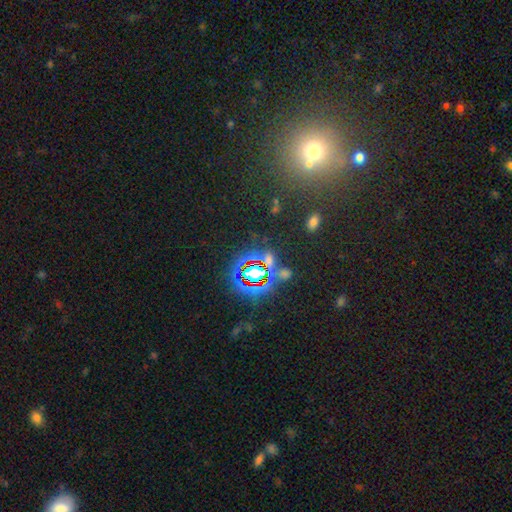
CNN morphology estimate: Smooth or featured? Predicted: star or artifact (p=0.74).